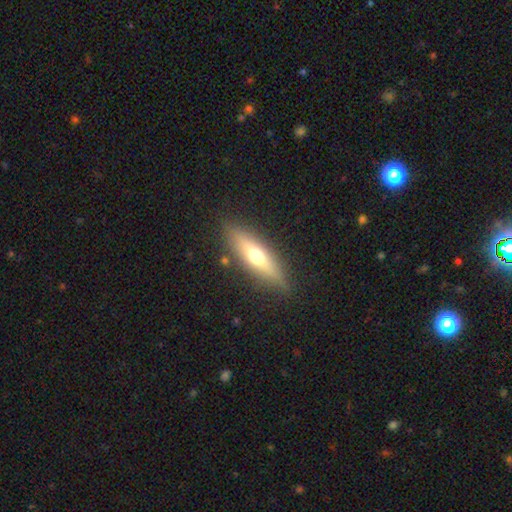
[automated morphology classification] smooth-or-featured: smooth: 48% | featured or disk: 45% | star or artifact: 7%
  merging: none: 84% | minor disturbance: 11% | major disturbance: 3% | merger: 2%